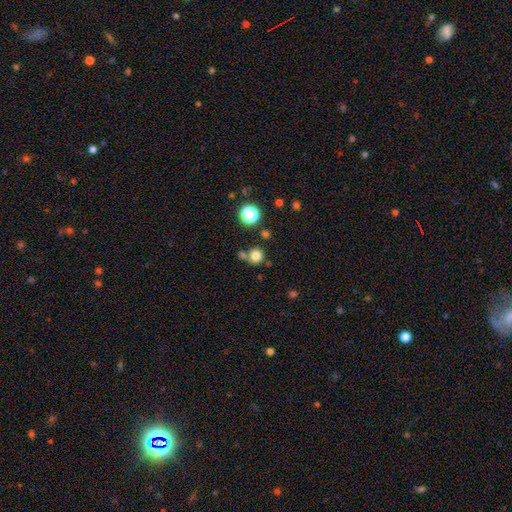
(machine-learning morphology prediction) Smooth or featured? Predicted: smooth (p=0.79). How rounded? Predicted: round (p=0.91). Merging? Predicted: none (p=0.64).